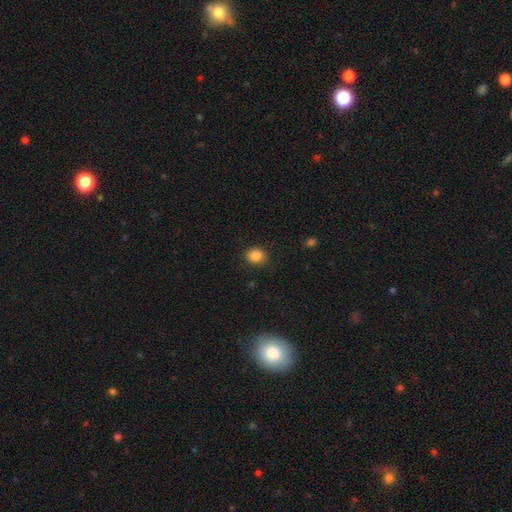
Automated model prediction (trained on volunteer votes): A smooth galaxy with no disk features (86%) that is round (60%).

Vote fractions:
- Smooth or featured? smooth: 86% / star or artifact: 10% / featured or disk: 5%
- How rounded? round: 60% / in between: 39% / cigar-shaped: 1%
- Merging? none: 88% / minor disturbance: 9% / major disturbance: 2% / merger: 1%